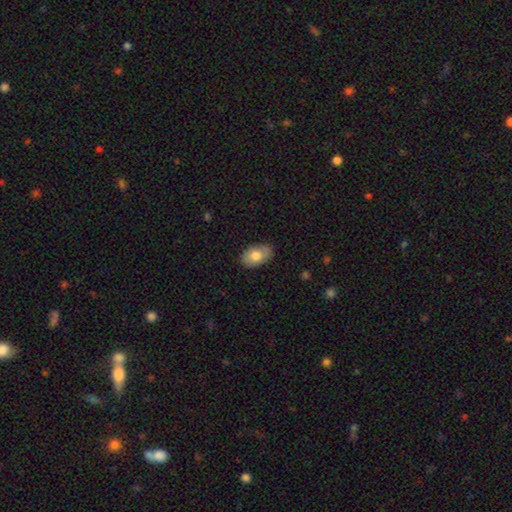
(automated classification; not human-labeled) Smooth or featured? smooth (76%)
How rounded? in between (92%)
Merging? none (83%)